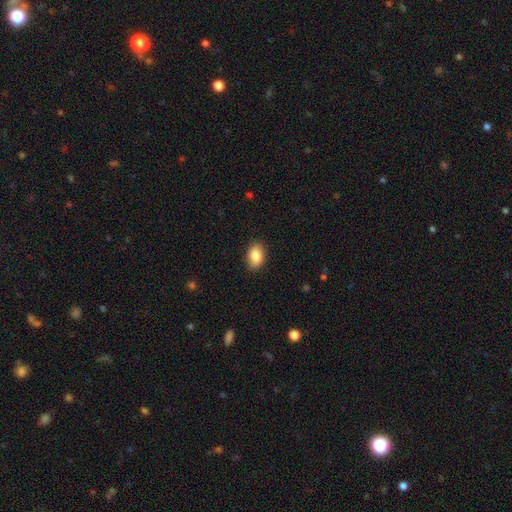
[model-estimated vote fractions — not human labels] Smooth or featured? smooth (86%)
How rounded? in between (86%)
Merging? none (88%)